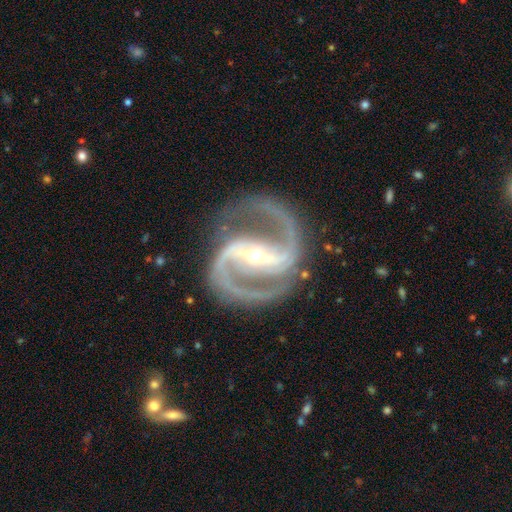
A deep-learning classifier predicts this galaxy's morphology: smooth_or_featured: featured or disk (p=0.94) [alt: star or artifact p=0.05]
disk_edge_on: no (p=0.98) [alt: yes p=0.02]
bar: strong (p=0.69) [alt: weak p=0.23]
has_spiral_arms: yes (p=0.99) [alt: no p=0.01]
spiral_winding: medium (p=0.66) [alt: tight p=0.19]
spiral_arm_count: 2 (p=0.93) [alt: 3 p=0.02]
bulge_size: small (p=0.64) [alt: moderate p=0.32]
merging: none (p=0.81) [alt: minor disturbance p=0.12]